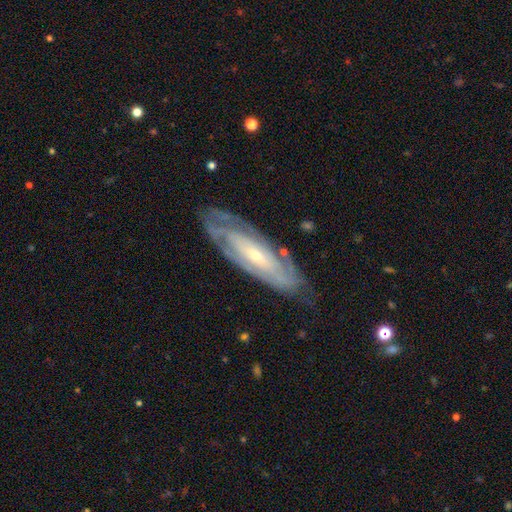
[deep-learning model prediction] Smooth or featured?
  - featured or disk: 81% *
  - smooth: 14%
  - star or artifact: 6%
Edge-on disk?
  - no: 83% *
  - yes: 17%
Bar?
  - no: 60% *
  - weak: 27%
  - strong: 14%
Spiral arms?
  - yes: 87% *
  - no: 13%
Spiral winding?
  - tight: 72% *
  - medium: 22%
  - loose: 6%
Spiral arm count?
  - can't tell: 52% *
  - 2: 25%
  - 3: 9%
  - 4: 6%
  - 1: 4%
  - more than 4: 4%
Bulge size?
  - small: 72% *
  - moderate: 25%
  - large: 1%
  - none: 1%
  - dominant: 1%
Merging?
  - none: 75% *
  - minor disturbance: 18%
  - major disturbance: 6%
  - merger: 2%